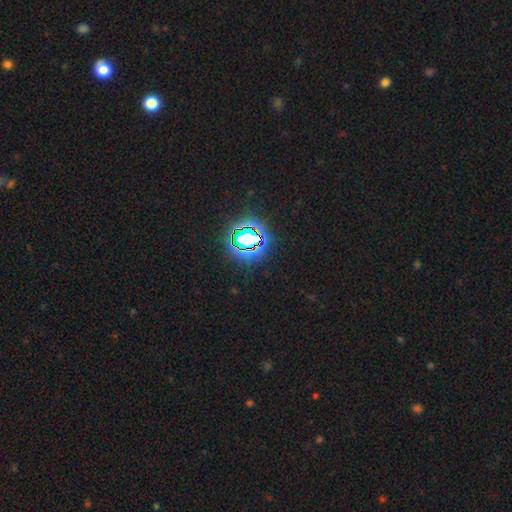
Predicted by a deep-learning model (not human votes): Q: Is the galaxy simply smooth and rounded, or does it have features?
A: star or artifact — 81%.